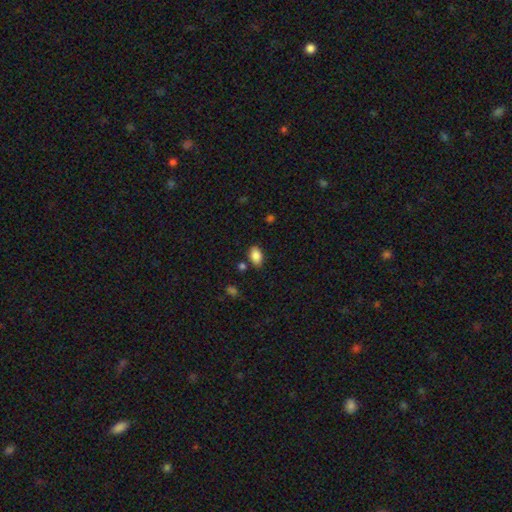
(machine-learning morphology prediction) Smooth or featured? Predicted: smooth (p=0.87). How rounded? Predicted: in between (p=0.90). Merging? Predicted: none (p=0.80).